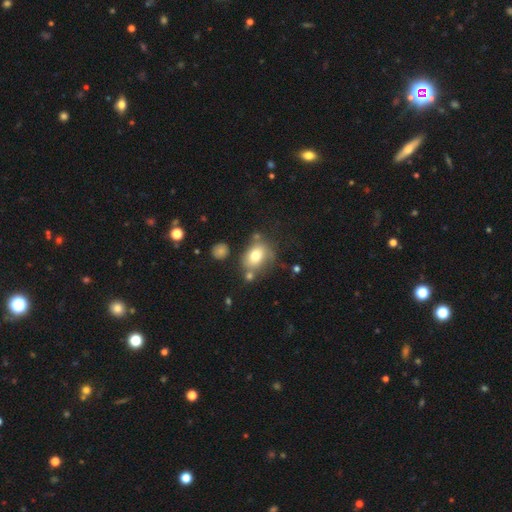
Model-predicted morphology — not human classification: smooth_or_featured: smooth (p=0.74) [alt: featured or disk p=0.15]
how_rounded: in between (p=0.61) [alt: round p=0.37]
merging: none (p=0.62) [alt: minor disturbance p=0.18]